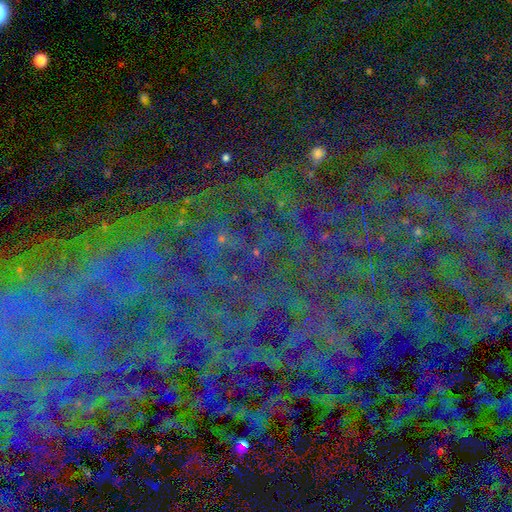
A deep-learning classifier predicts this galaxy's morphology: Q: Smooth or featured?
A: star or artifact (81%); runner-up: featured or disk (10%)